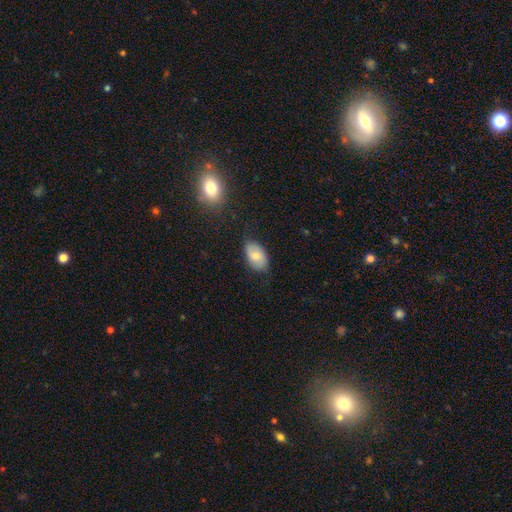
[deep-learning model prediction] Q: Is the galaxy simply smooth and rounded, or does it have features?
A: smooth — 74%.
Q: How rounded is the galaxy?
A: in between — 93%.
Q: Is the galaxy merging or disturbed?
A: none — 78%.